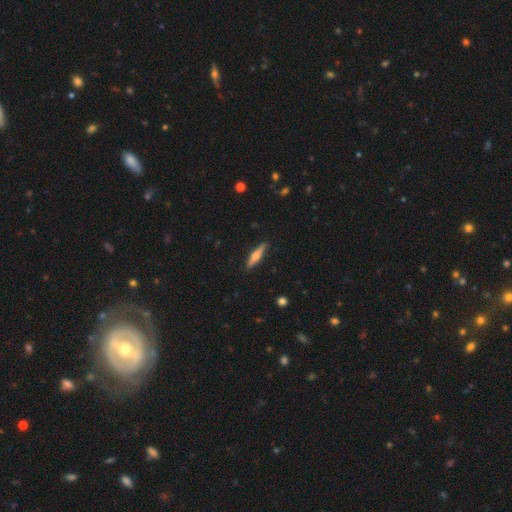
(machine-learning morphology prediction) This appears to be a smooth galaxy with no disk features (51%) that is cigar-shaped (81%). Merging: none (89%).